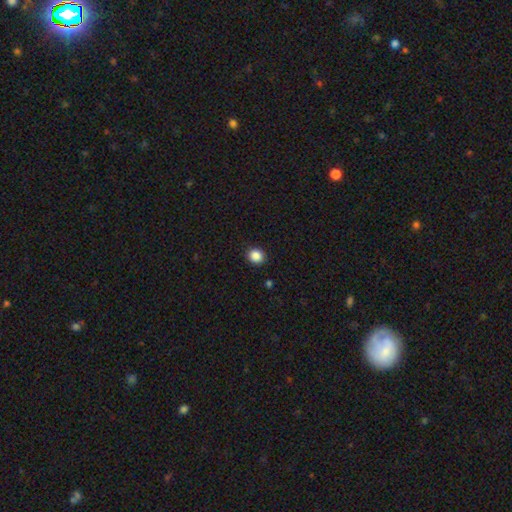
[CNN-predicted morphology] Smooth or featured? smooth (87%)
How rounded? round (83%)
Merging? none (91%)